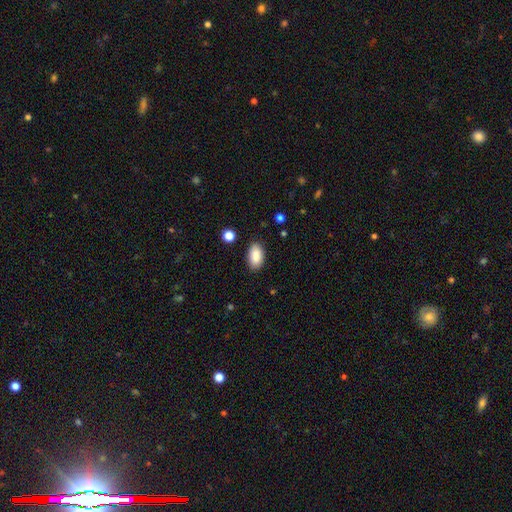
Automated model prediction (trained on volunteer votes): A smooth galaxy with no disk features (89%) that is in between round and cigar-shaped (93%).

Vote fractions:
- Smooth or featured? smooth: 89% / star or artifact: 7% / featured or disk: 4%
- How rounded? in between: 93% / round: 4% / cigar-shaped: 2%
- Merging? none: 86% / minor disturbance: 10% / major disturbance: 3% / merger: 1%